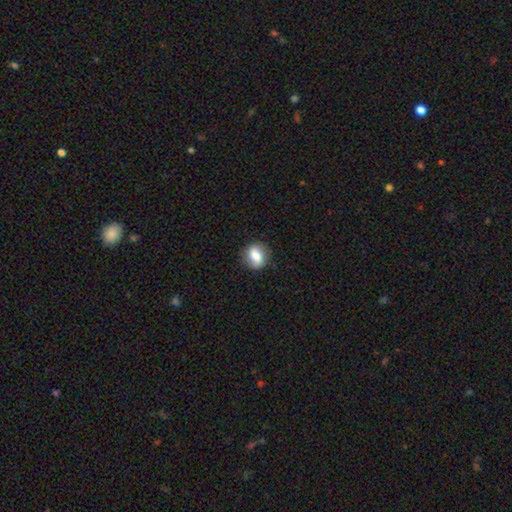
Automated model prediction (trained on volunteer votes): Smooth or featured? Predicted: smooth (p=0.72). How rounded? Predicted: round (p=0.50). Merging? Predicted: none (p=0.84).